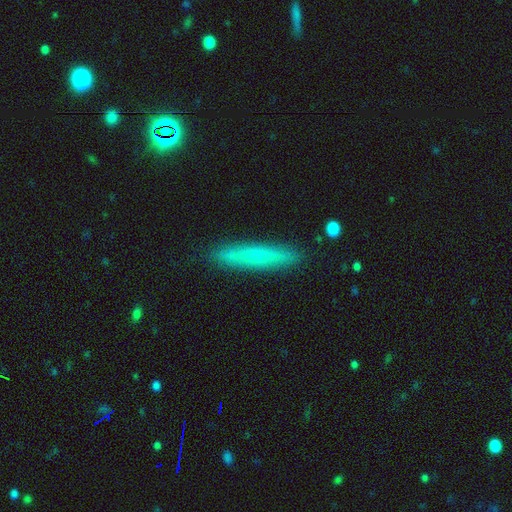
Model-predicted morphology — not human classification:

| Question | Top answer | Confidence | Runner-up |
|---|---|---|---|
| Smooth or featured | smooth | 68% | featured or disk (24%) |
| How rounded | cigar-shaped | 94% | in between (5%) |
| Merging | none | 89% | minor disturbance (8%) |